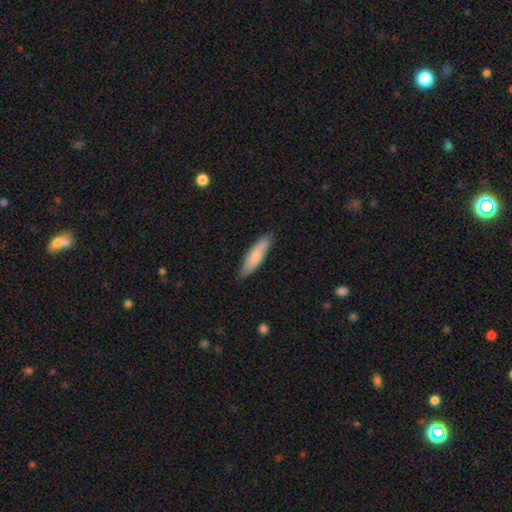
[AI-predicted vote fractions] This appears to be a smooth galaxy with no disk features (75%) that is cigar-shaped (66%). Merging: none (83%).